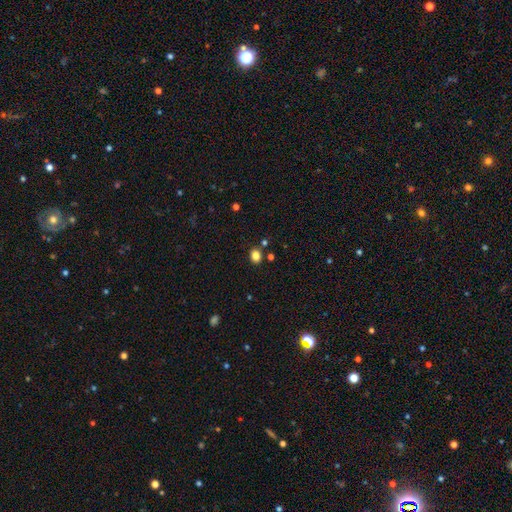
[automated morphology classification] smooth_or_featured: smooth (p=0.83) [alt: star or artifact p=0.13]
how_rounded: in between (p=0.54) [alt: round p=0.45]
merging: none (p=0.83) [alt: minor disturbance p=0.09]